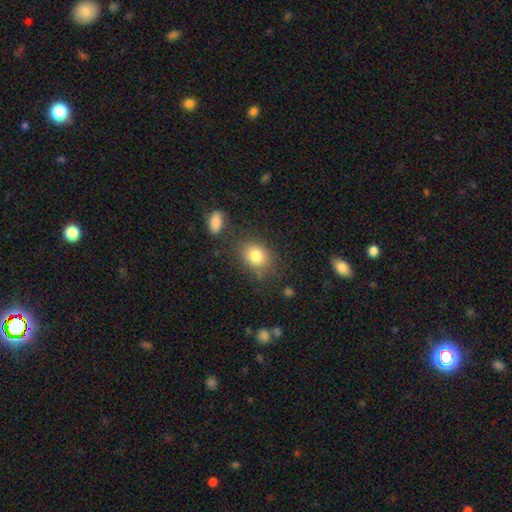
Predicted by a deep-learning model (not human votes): smooth_or_featured: smooth (p=0.82) [alt: star or artifact p=0.10]
how_rounded: in between (p=0.52) [alt: round p=0.47]
merging: none (p=0.74) [alt: minor disturbance p=0.15]